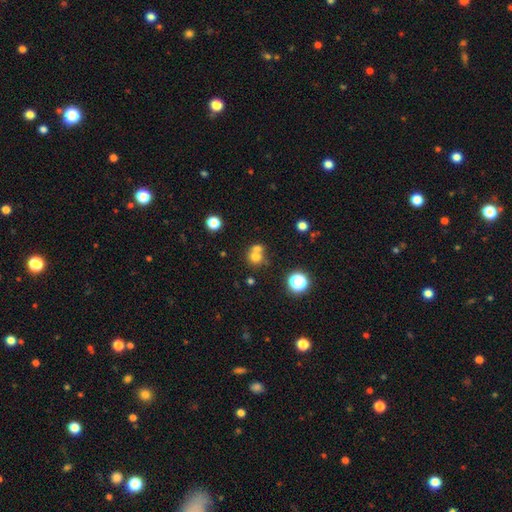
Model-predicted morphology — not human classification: This appears to be a smooth galaxy with no disk features (69%) that is round (84%). Merging: merger (48%).